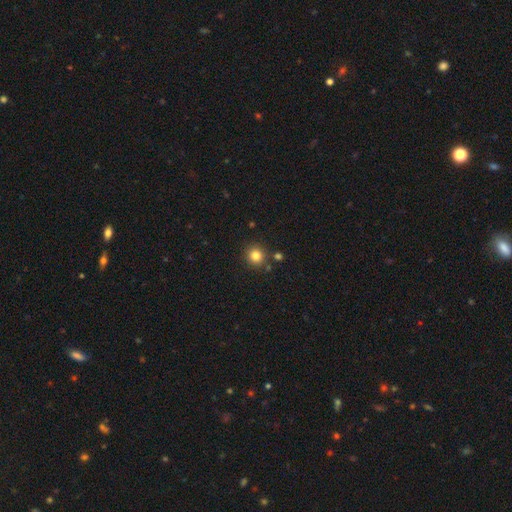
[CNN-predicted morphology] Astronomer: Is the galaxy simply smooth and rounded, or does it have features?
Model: smooth — 82%.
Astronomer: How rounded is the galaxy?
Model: round — 91%.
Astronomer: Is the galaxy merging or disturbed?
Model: none — 85%.